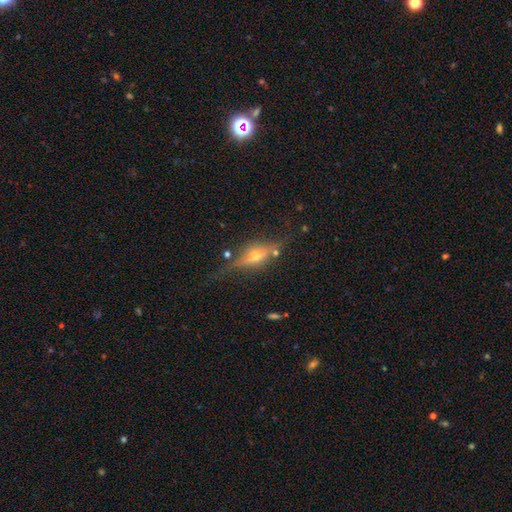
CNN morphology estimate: smooth_or_featured: featured or disk (p=0.71) [alt: smooth p=0.19]
disk_edge_on: yes (p=0.91) [alt: no p=0.09]
edge_on_bulge: rounded (p=0.92) [alt: boxy p=0.06]
merging: none (p=0.73) [alt: minor disturbance p=0.17]